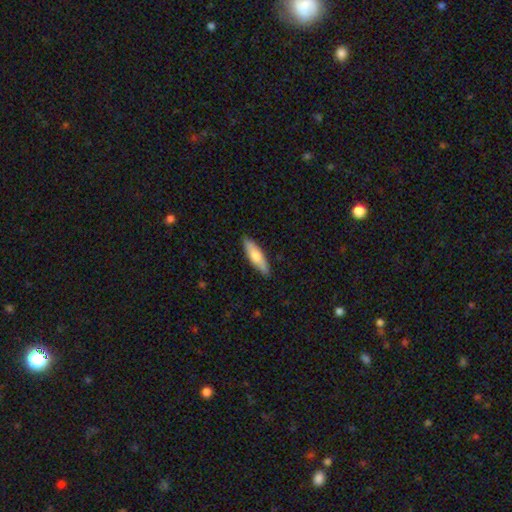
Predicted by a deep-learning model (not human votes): Smooth or featured? Predicted: smooth (p=0.68). How rounded? Predicted: cigar-shaped (p=0.60). Merging? Predicted: none (p=0.89).